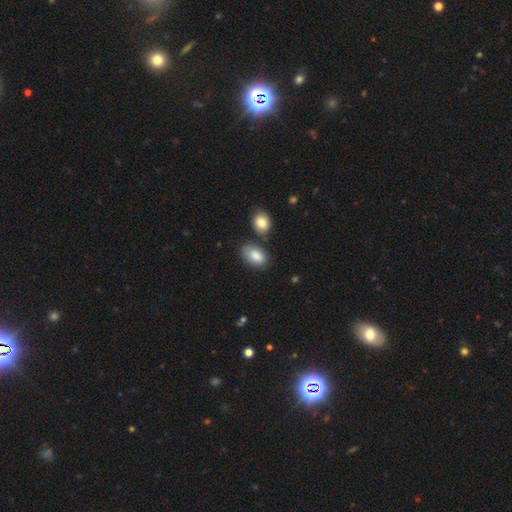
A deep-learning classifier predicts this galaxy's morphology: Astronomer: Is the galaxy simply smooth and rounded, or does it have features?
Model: smooth — 86%.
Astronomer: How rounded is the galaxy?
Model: in between — 93%.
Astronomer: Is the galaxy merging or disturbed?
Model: none — 66%.